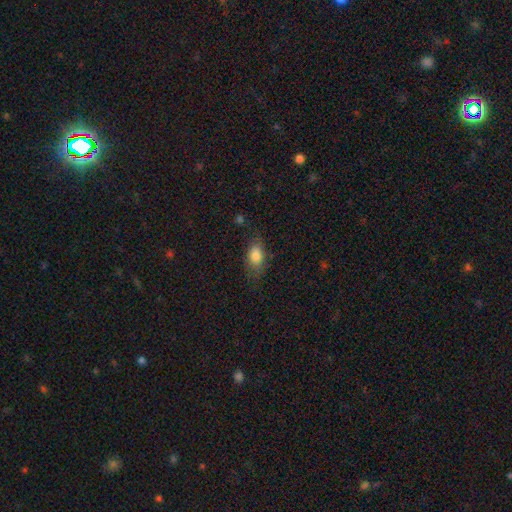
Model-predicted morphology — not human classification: smooth-or-featured: smooth: 82% | featured or disk: 10% | star or artifact: 8%
  how-rounded: in between: 86% | round: 8% | cigar-shaped: 5%
  merging: none: 68% | minor disturbance: 22% | major disturbance: 8% | merger: 2%